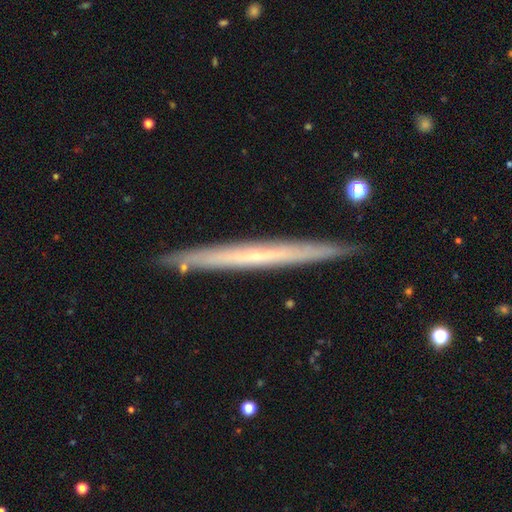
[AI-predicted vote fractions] smooth-or-featured: featured or disk: 66% | smooth: 28% | star or artifact: 6%
  disk-edge-on: yes: 96% | no: 4%
    edge-on-bulge: none: 83% | rounded: 15% | boxy: 3%
  merging: none: 90% | minor disturbance: 7% | merger: 1% | major disturbance: 1%